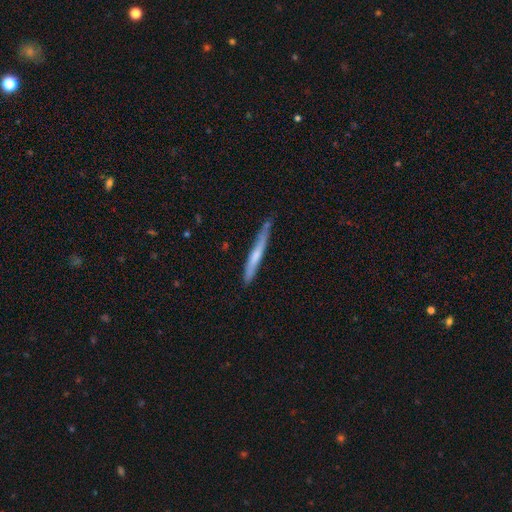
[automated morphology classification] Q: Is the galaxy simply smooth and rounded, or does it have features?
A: smooth — 52%.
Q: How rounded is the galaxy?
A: cigar-shaped — 96%.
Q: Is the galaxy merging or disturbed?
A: none — 73%.